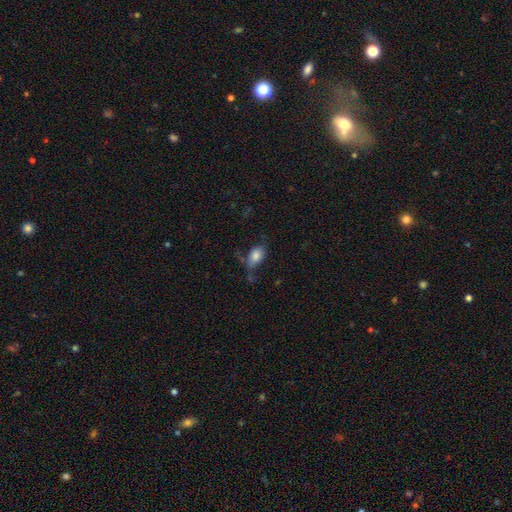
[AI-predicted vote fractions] smooth_or_featured: smooth (p=0.81) [alt: featured or disk p=0.10]
how_rounded: in between (p=0.89) [alt: round p=0.08]
merging: none (p=0.53) [alt: minor disturbance p=0.27]